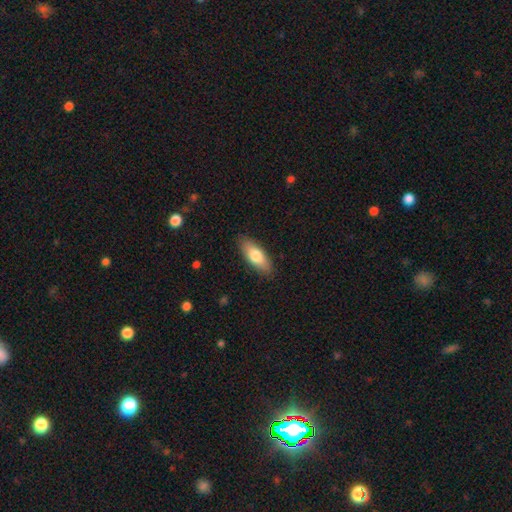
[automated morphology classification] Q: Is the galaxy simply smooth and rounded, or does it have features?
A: smooth — 75%.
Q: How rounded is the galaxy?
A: in between — 69%.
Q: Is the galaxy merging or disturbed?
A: none — 87%.